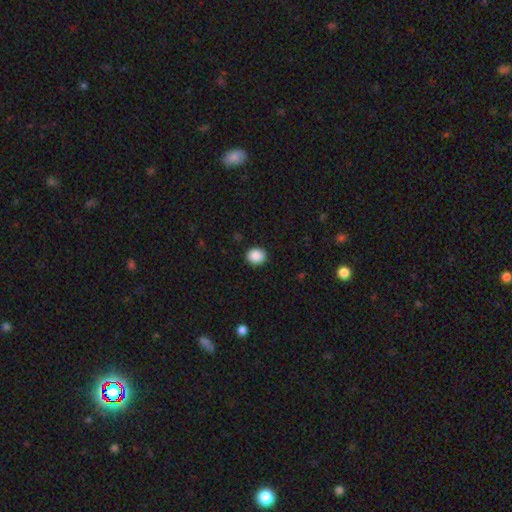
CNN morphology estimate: type=smooth (89%); roundness=round (77%); merging=none (91%).